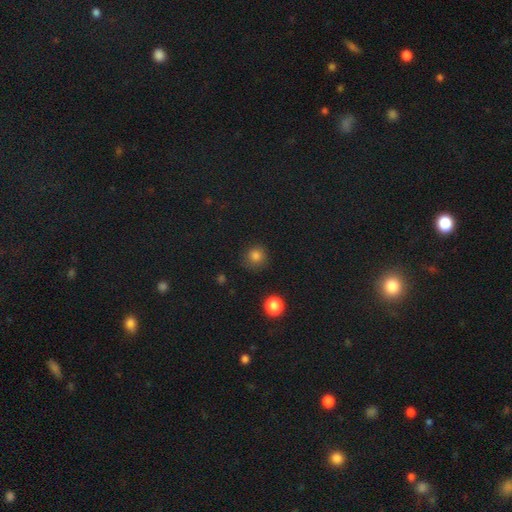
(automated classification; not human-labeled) Smooth or featured? Predicted: smooth (p=0.81). How rounded? Predicted: round (p=0.91). Merging? Predicted: none (p=0.81).